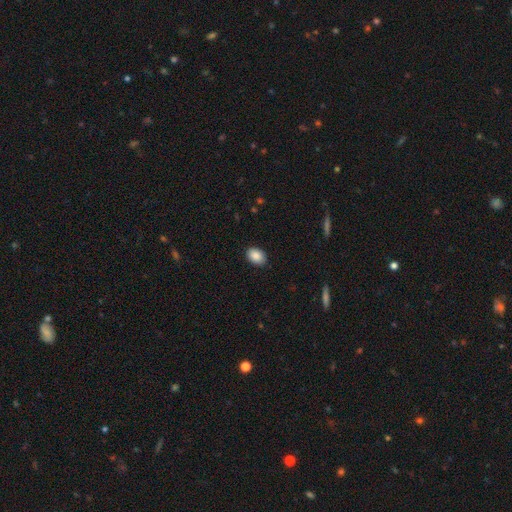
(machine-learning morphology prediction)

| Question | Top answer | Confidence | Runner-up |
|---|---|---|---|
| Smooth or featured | smooth | 89% | star or artifact (7%) |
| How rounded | in between | 81% | round (18%) |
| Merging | none | 88% | minor disturbance (9%) |